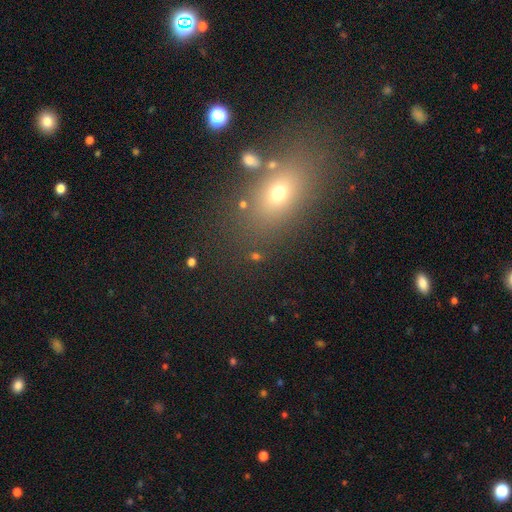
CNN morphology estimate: This is possibly a smooth galaxy (56%). How rounded: possibly in between (59%). Merging: likely none (76%).